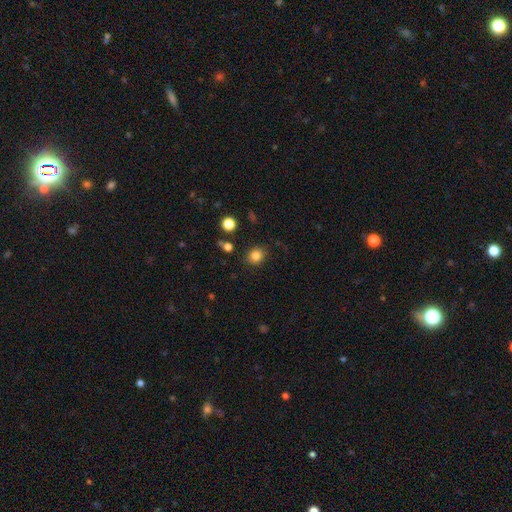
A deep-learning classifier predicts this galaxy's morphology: Smooth or featured? smooth (83%)
How rounded? round (69%)
Merging? none (86%)